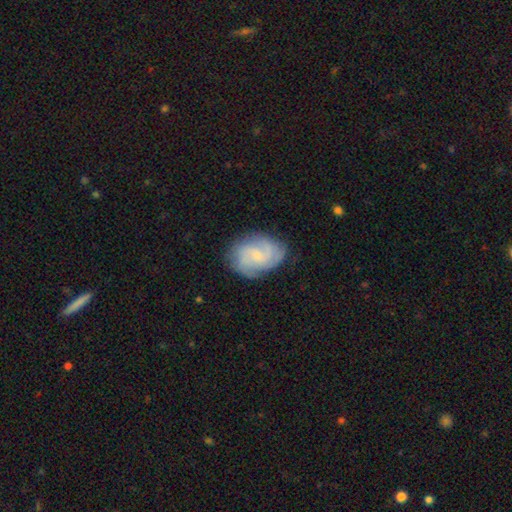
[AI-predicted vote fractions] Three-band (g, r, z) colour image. It shows a featured or disk galaxy (72%) with no bar (57%), 3 (30%) medium (44%) spiral arms (94%) and a small central bulge (66%). Merging: none (76%).